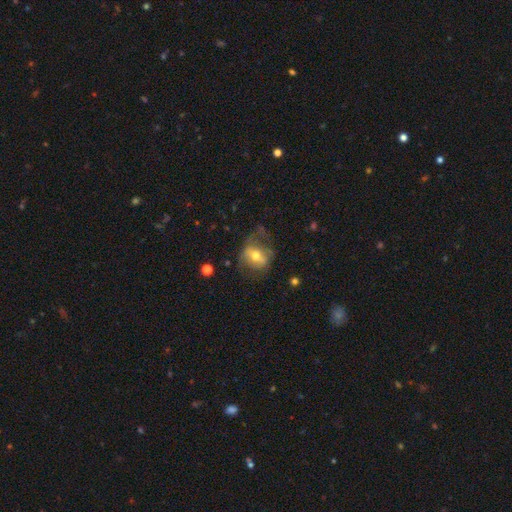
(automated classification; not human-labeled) Smooth or featured: smooth — 47% (featured or disk — 44%)
Merging: none — 48% (major disturbance — 25%)